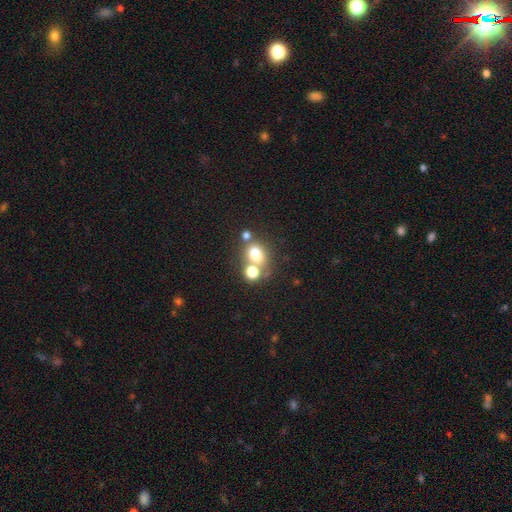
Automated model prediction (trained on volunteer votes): Q: Smooth or featured?
A: smooth (69%); runner-up: star or artifact (17%)
Q: How rounded?
A: in between (53%); runner-up: round (46%)
Q: Merging?
A: none (45%); runner-up: merger (40%)